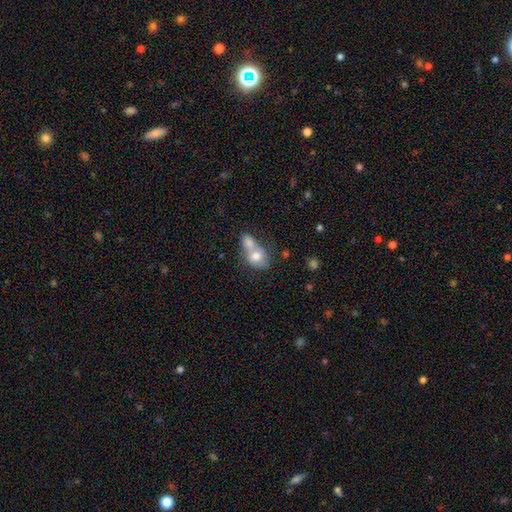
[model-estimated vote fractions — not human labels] Overall: smooth (71%). How rounded: in between (54%; round 44%). Merging: merger (71%).